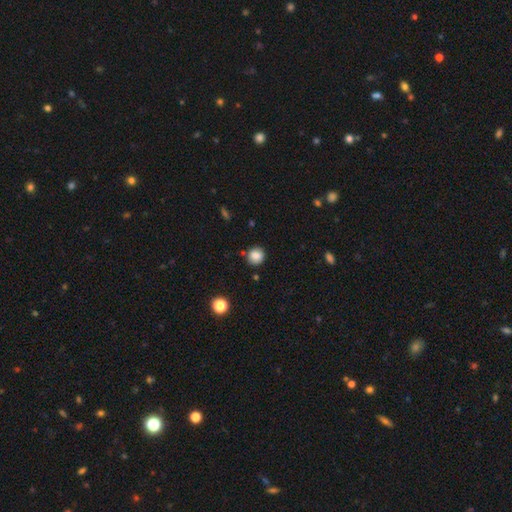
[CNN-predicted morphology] The model was most divided on "how rounded": round: 86%, in between: 13%, cigar-shaped: 1%. More confident: smooth or featured — smooth (84%); merging — none (84%).